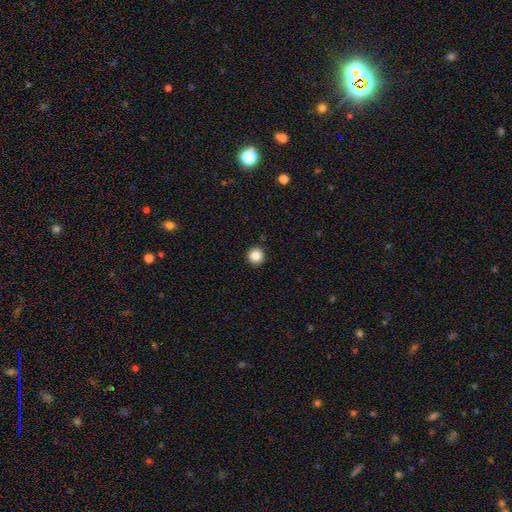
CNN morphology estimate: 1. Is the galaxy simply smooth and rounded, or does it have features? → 85% smooth, 10% star or artifact, 4% featured or disk.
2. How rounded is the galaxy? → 95% round, 4% in between, 1% cigar-shaped.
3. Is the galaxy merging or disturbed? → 93% none, 5% minor disturbance, 1% major disturbance, 1% merger.